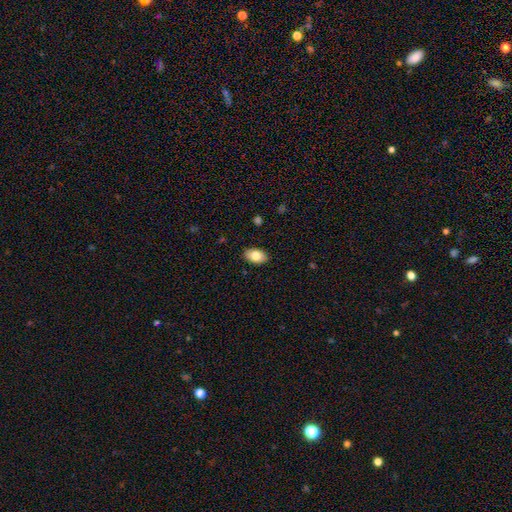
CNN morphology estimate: Smooth or featured? smooth (83%)
How rounded? in between (92%)
Merging? none (89%)